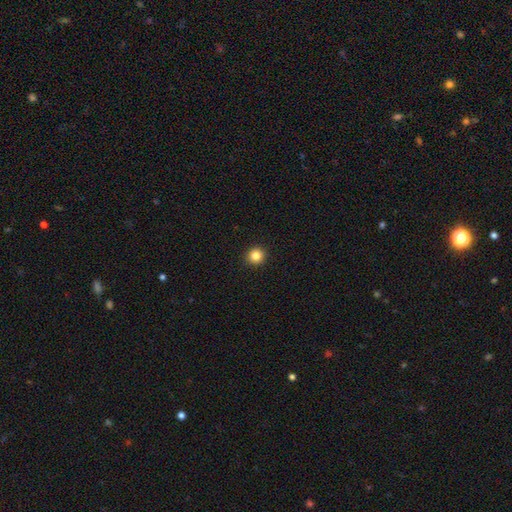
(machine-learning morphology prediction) smooth-or-featured: smooth: 84% | star or artifact: 11% | featured or disk: 5%
  how-rounded: round: 94% | in between: 5% | cigar-shaped: 1%
  merging: none: 93% | minor disturbance: 5% | major disturbance: 2% | merger: 1%